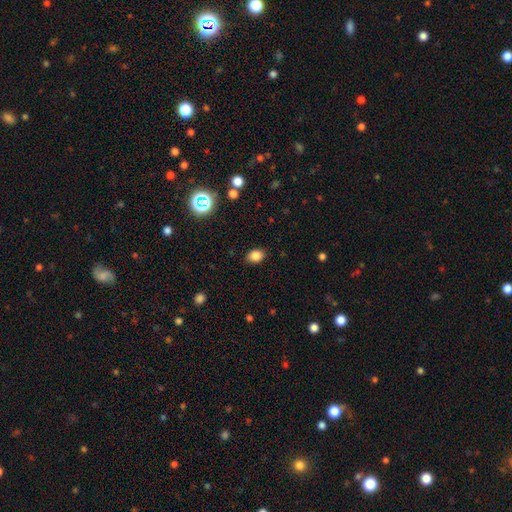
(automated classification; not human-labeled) smooth 83%, star or artifact 12%, featured or disk 5%. Down the decision tree: how rounded — in between (65%); merging — none (86%).